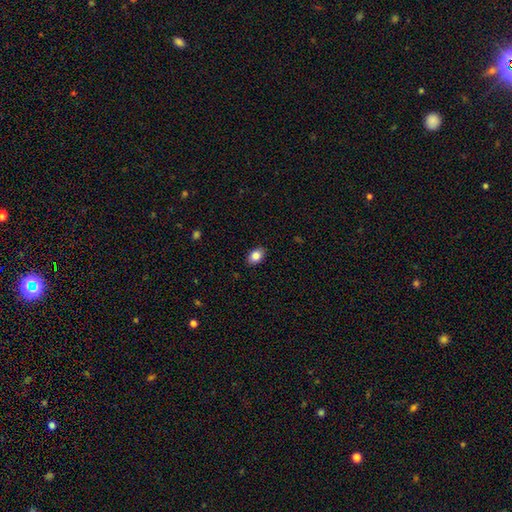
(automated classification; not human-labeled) A smooth galaxy with no disk features (85%) that is in between round and cigar-shaped (78%).

Vote fractions:
- Smooth or featured? smooth: 85% / star or artifact: 9% / featured or disk: 6%
- How rounded? in between: 78% / round: 21% / cigar-shaped: 1%
- Merging? none: 89% / minor disturbance: 8% / major disturbance: 2% / merger: 1%